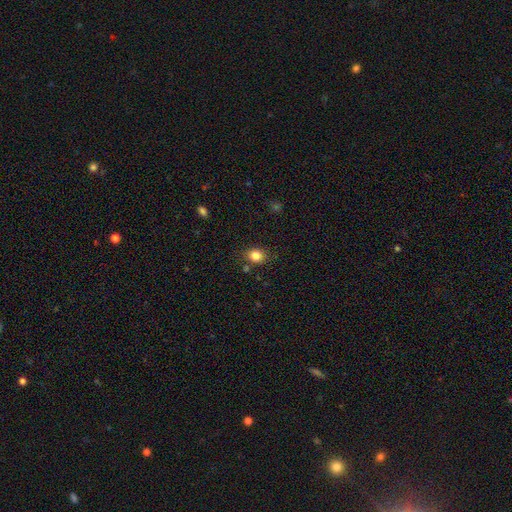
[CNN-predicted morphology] Smooth or featured: smooth — 83% (star or artifact — 11%)
How rounded: round — 57% (in between — 43%)
Merging: none — 81% (minor disturbance — 12%)